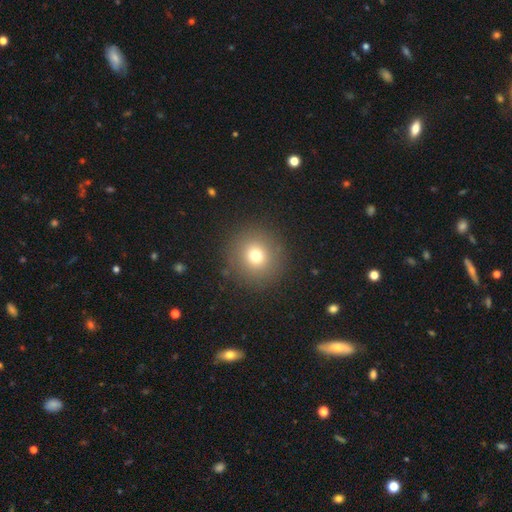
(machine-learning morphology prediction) smooth 74%, star or artifact 15%, featured or disk 11%. Down the decision tree: how rounded — round (94%); merging — none (89%).